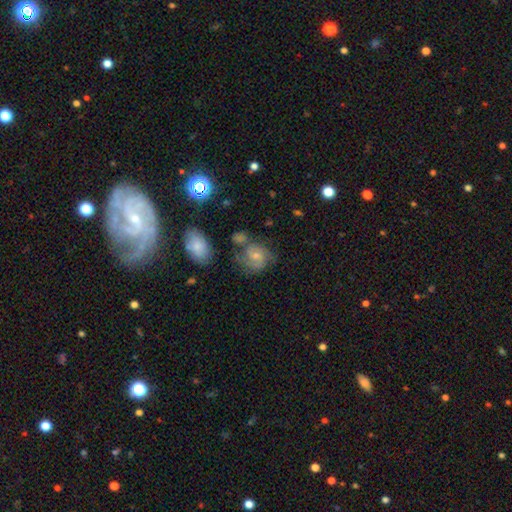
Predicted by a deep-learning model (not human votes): The model was most divided on "bulge size": small: 46%, moderate: 45%, none: 4%, large: 3%, dominant: 1%. Remaining: edge-on disk — no (97%); spiral arms — yes (89%); bar — no (62%); merging — none (62%); smooth or featured — featured or disk (60%); spiral winding — tight (47%); spiral arm count — 2 (44%).